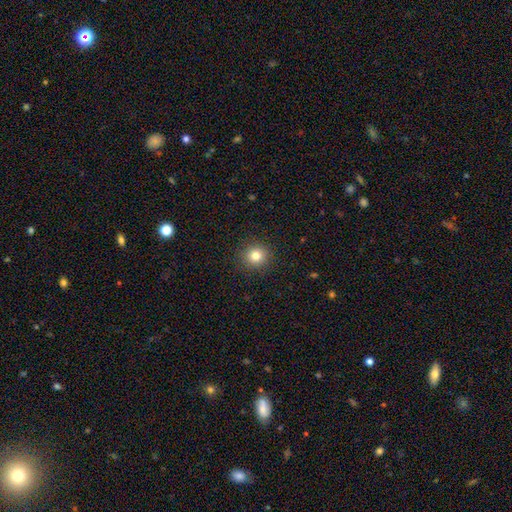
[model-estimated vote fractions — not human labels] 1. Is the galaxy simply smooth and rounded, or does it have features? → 81% smooth, 12% star or artifact, 7% featured or disk.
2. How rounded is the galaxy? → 92% round, 7% in between, 1% cigar-shaped.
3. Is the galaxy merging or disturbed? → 91% none, 6% minor disturbance, 2% major disturbance, 1% merger.